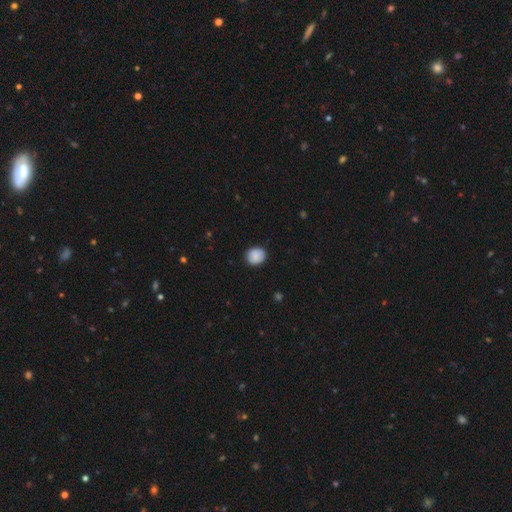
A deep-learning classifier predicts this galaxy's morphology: Smooth or featured: smooth — 86% (star or artifact — 8%)
How rounded: round — 73% (in between — 26%)
Merging: none — 85% (minor disturbance — 12%)